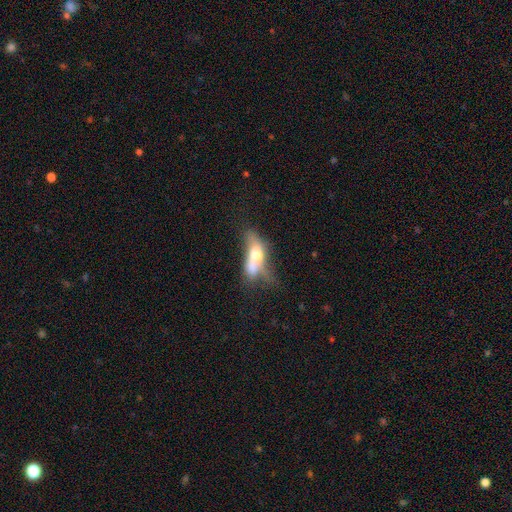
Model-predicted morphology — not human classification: A smooth galaxy with no disk features (51%) that is in between round and cigar-shaped (69%). Merging: merger (50%).